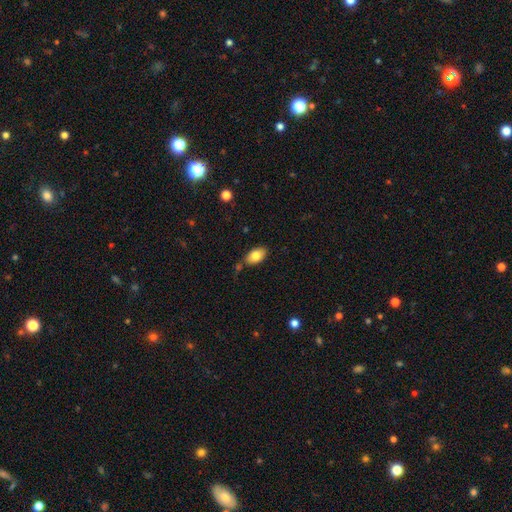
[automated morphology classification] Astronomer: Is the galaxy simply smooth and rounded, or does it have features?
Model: smooth — 81%.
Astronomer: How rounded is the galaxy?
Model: in between — 93%.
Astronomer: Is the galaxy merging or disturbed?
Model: none — 75%.